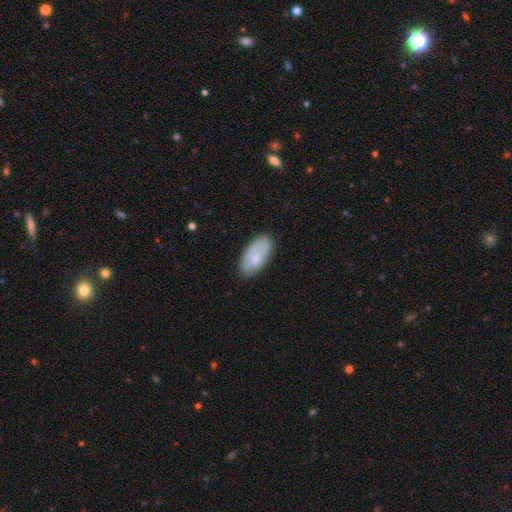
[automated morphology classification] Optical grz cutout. It shows a smooth galaxy with no disk features (73%) that is in between round and cigar-shaped (93%). Merging: none (78%).